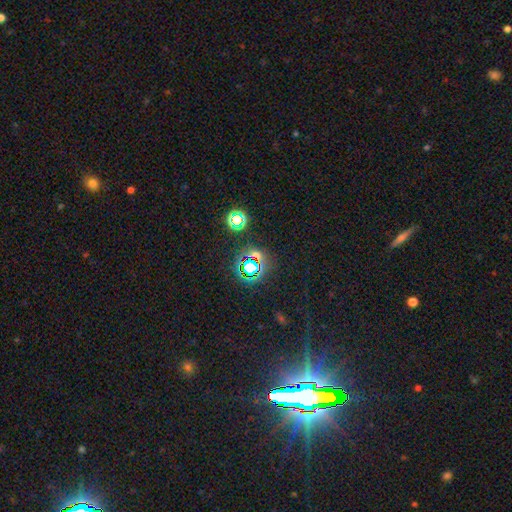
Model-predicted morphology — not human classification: Q: Smooth or featured?
A: star or artifact (68%); runner-up: smooth (22%)